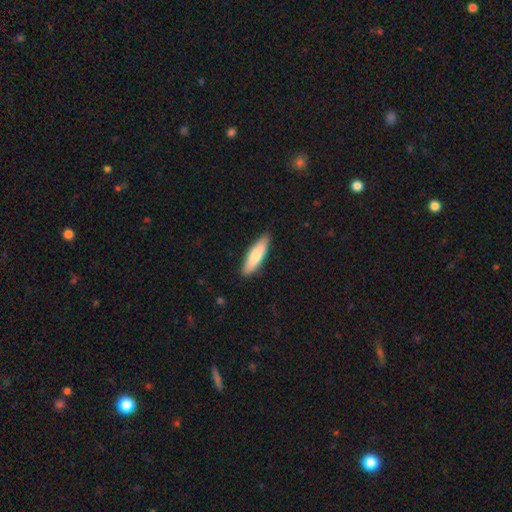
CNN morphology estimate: smooth-or-featured: smooth: 77% | featured or disk: 18% | star or artifact: 5%
  how-rounded: cigar-shaped: 63% | in between: 35% | round: 1%
  merging: none: 87% | minor disturbance: 10% | major disturbance: 2% | merger: 1%